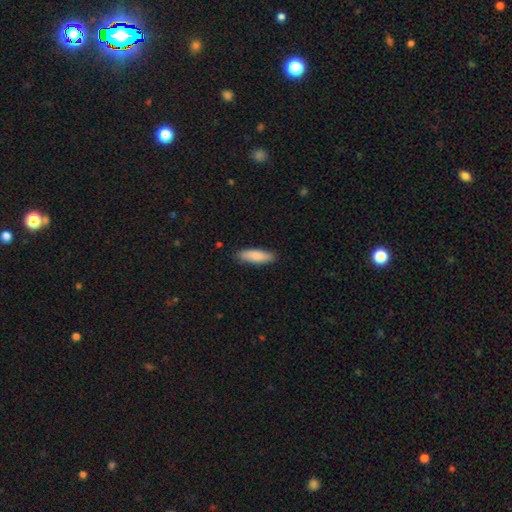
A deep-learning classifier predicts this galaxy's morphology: smooth_or_featured: smooth (p=0.86) [alt: featured or disk p=0.09]
how_rounded: cigar-shaped (p=0.52) [alt: in between p=0.46]
merging: none (p=0.86) [alt: minor disturbance p=0.11]